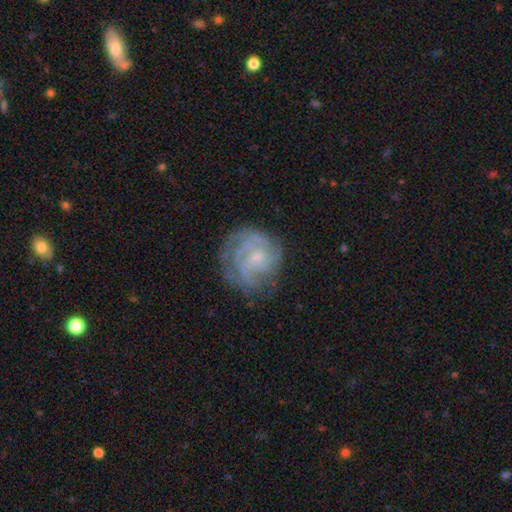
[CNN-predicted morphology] Smooth or featured?
  - featured or disk: 78% *
  - smooth: 15%
  - star or artifact: 8%
Edge-on disk?
  - no: 98% *
  - yes: 2%
Bar?
  - no: 61% *
  - weak: 34%
  - strong: 5%
Spiral arms?
  - yes: 92% *
  - no: 8%
Spiral winding?
  - tight: 64% *
  - medium: 29%
  - loose: 7%
Spiral arm count?
  - can't tell: 35% *
  - 3: 24%
  - 2: 17%
  - 4: 12%
  - 1: 6%
  - more than 4: 6%
Bulge size?
  - small: 66% *
  - moderate: 20%
  - none: 12%
  - large: 1%
  - dominant: 1%
Merging?
  - none: 70% *
  - minor disturbance: 18%
  - major disturbance: 10%
  - merger: 1%